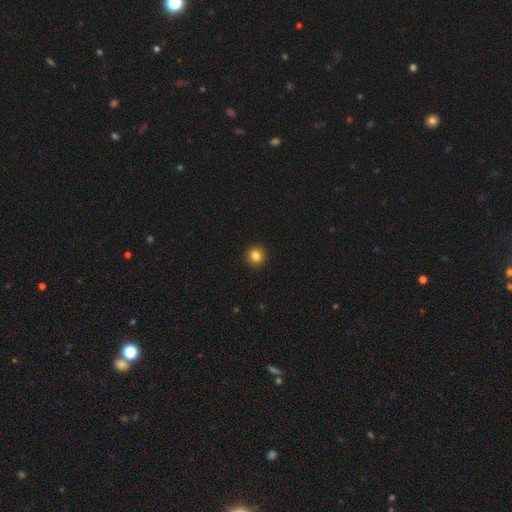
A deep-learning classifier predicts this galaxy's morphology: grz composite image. It shows a smooth galaxy with no disk features (83%) that is round (94%). Merging: none (94%).